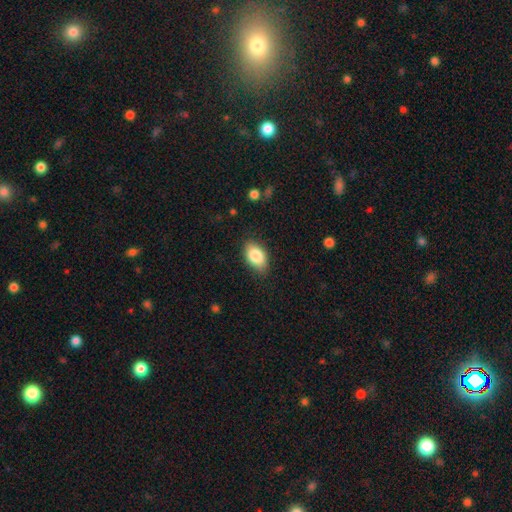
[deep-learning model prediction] This is clearly a smooth galaxy (84%). How rounded: clearly in between (91%). Merging: clearly none (82%).